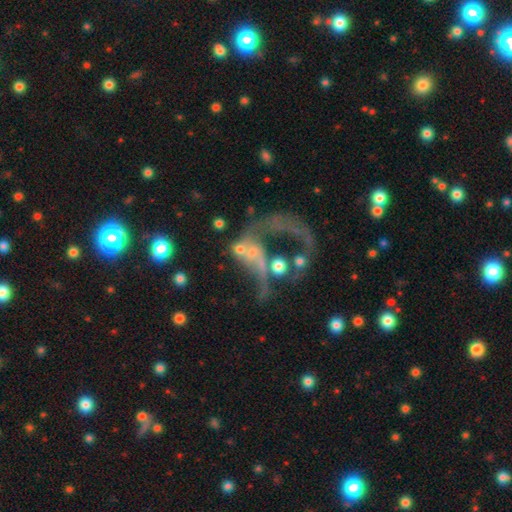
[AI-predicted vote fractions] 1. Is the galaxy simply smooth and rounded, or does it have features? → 67% featured or disk, 19% smooth, 14% star or artifact.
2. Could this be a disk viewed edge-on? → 96% no, 4% yes.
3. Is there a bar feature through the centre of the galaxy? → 69% no, 22% weak, 8% strong.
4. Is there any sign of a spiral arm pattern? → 63% yes, 37% no.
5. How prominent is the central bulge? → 39% small, 26% moderate, 26% none, 5% large, 3% dominant.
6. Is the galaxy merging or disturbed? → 39% merger, 34% major disturbance, 18% none, 9% minor disturbance.